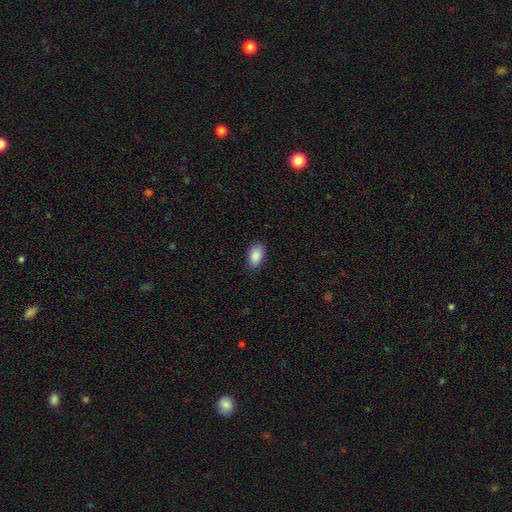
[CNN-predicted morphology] smooth_or_featured: smooth (p=0.90) [alt: star or artifact p=0.07]
how_rounded: in between (p=0.93) [alt: round p=0.05]
merging: none (p=0.85) [alt: minor disturbance p=0.11]